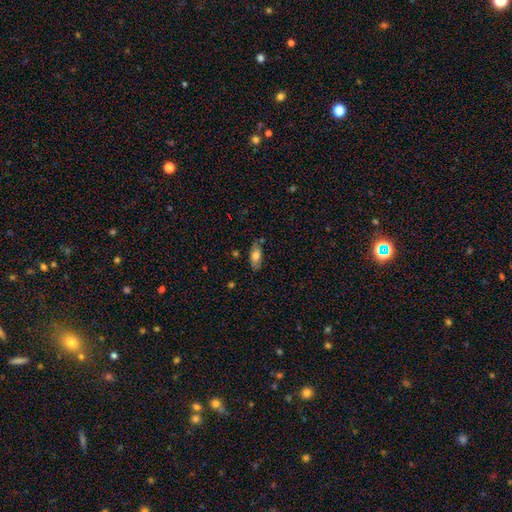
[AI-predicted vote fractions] Smooth or featured? smooth (72%)
How rounded? in between (85%)
Merging? none (74%)